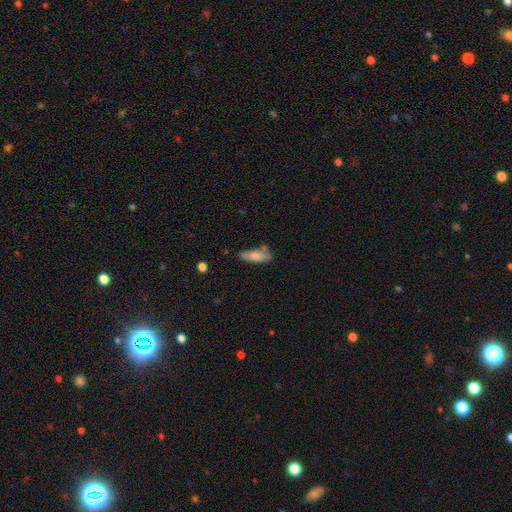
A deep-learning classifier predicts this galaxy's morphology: Q: Smooth or featured?
A: smooth (77%); runner-up: featured or disk (17%)
Q: How rounded?
A: in between (62%); runner-up: cigar-shaped (36%)
Q: Merging?
A: none (61%); runner-up: minor disturbance (25%)